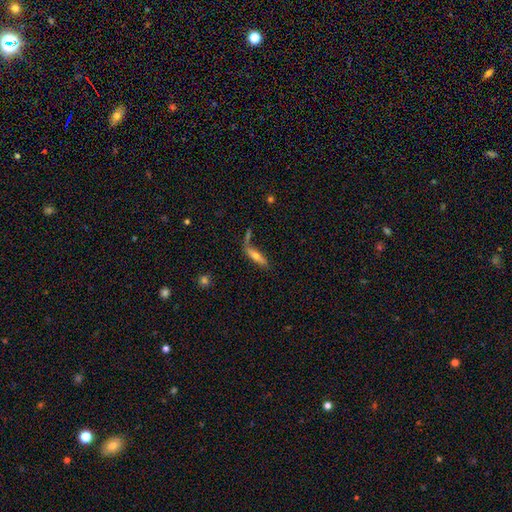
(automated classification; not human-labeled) smooth 53%, featured or disk 39%, star or artifact 8%. Down the decision tree: how rounded — cigar-shaped (69%); merging — none (55%).